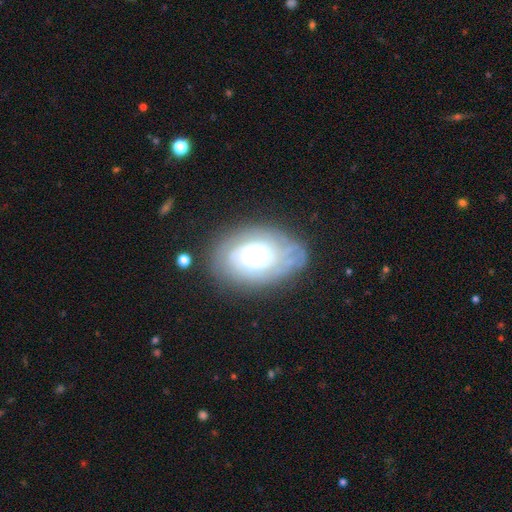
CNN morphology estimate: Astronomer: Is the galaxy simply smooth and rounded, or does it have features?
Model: featured or disk — 63%.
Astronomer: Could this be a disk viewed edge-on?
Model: no — 96%.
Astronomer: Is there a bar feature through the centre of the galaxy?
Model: no — 77%.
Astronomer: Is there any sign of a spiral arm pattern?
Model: yes — 77%.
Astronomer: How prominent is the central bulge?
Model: moderate — 46% (runner-up: large, 30%).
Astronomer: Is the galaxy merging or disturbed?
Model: none — 69%.